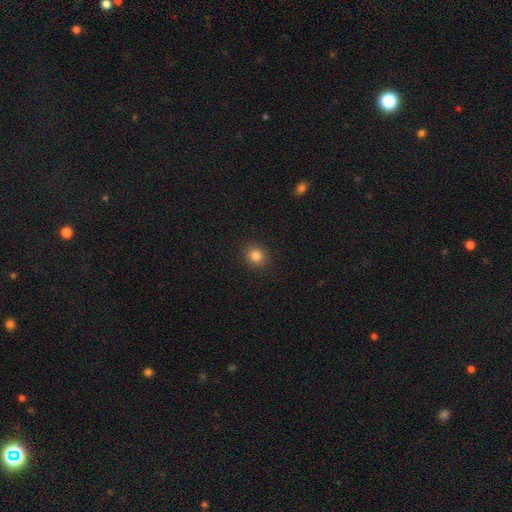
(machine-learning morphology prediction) smooth-or-featured: smooth: 82% | star or artifact: 12% | featured or disk: 5%
  how-rounded: round: 85% | in between: 14% | cigar-shaped: 1%
  merging: none: 91% | minor disturbance: 6% | major disturbance: 2% | merger: 1%